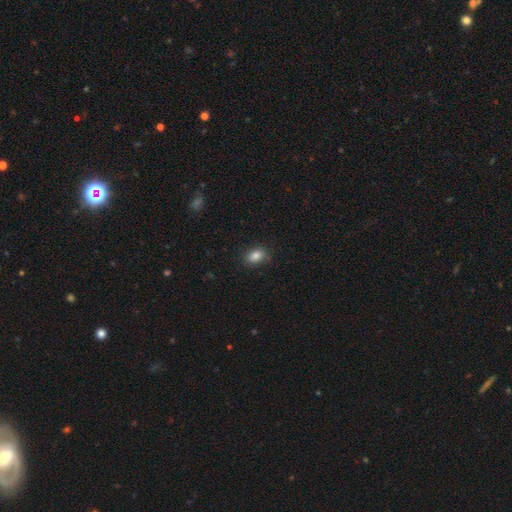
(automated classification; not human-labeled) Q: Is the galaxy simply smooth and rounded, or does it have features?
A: smooth — 85%.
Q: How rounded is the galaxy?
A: in between — 78%.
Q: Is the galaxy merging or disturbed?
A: none — 84%.